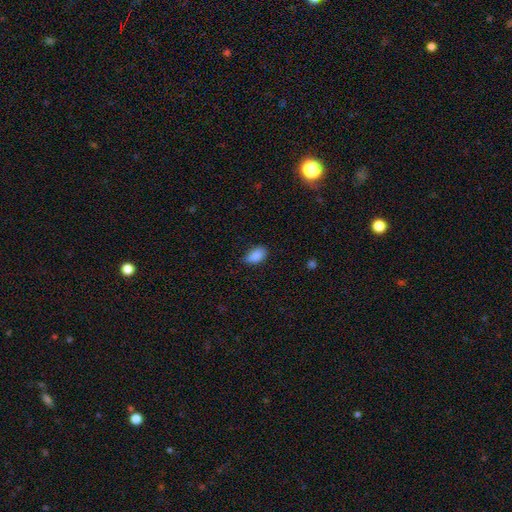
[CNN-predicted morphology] This appears to be a smooth galaxy with no disk features (88%) that is in between round and cigar-shaped (90%). Merging: none (64%).